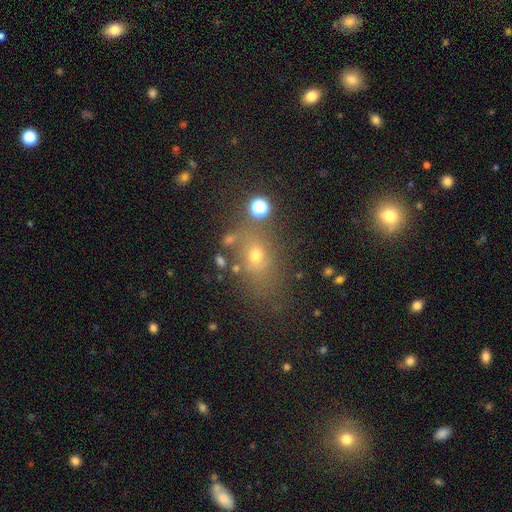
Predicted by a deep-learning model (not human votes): Smooth or featured?
  - smooth: 59% *
  - star or artifact: 23%
  - featured or disk: 18%
How rounded?
  - in between: 57% *
  - round: 40%
  - cigar-shaped: 2%
Merging?
  - none: 61% *
  - minor disturbance: 18%
  - major disturbance: 11%
  - merger: 10%